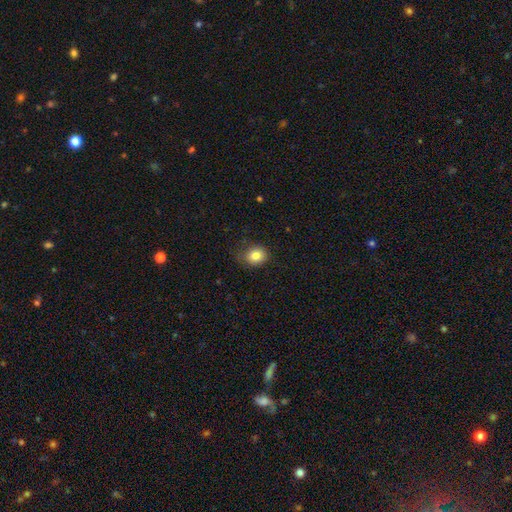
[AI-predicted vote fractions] This appears to be a smooth galaxy with no disk features (83%) that is round (67%). Merging: none (75%).